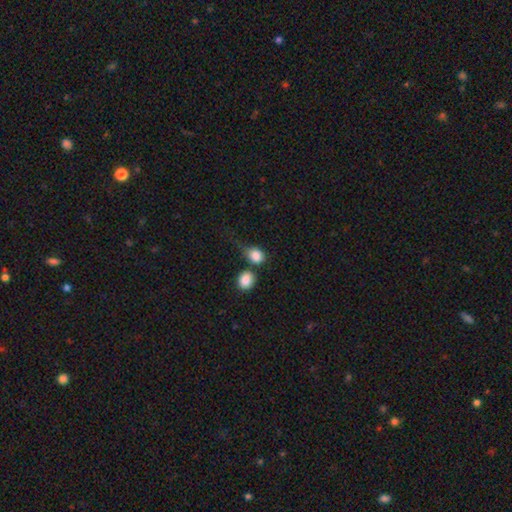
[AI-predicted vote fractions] Q: Smooth or featured?
A: smooth (84%); runner-up: star or artifact (9%)
Q: How rounded?
A: round (61%); runner-up: in between (38%)
Q: Merging?
A: none (41%); runner-up: merger (29%)